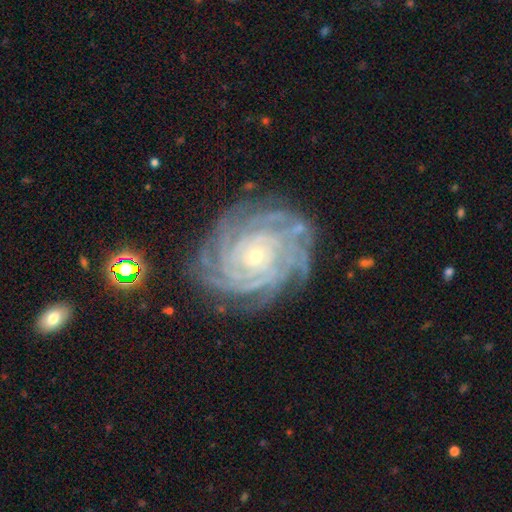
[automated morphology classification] A featured or disk galaxy (91%) with no bar (74%), more than 4 (33%) tight (85%) spiral arms (98%) and a small central bulge (78%).

Vote fractions:
- Smooth or featured? featured or disk: 91% / star or artifact: 6% / smooth: 4%
- Edge-on disk? no: 98% / yes: 2%
- Bar? no: 74% / weak: 18% / strong: 8%
- Spiral arms? yes: 98% / no: 2%
- Spiral winding? tight: 85% / medium: 13% / loose: 2%
- Spiral arm count? more than 4: 33% / 4: 25% / can't tell: 16% / 3: 11% / 2: 8% / 1: 7%
- Bulge size? small: 78% / moderate: 19% / large: 1% / none: 1% / dominant: 1%
- Merging? none: 81% / minor disturbance: 14% / major disturbance: 4% / merger: 1%